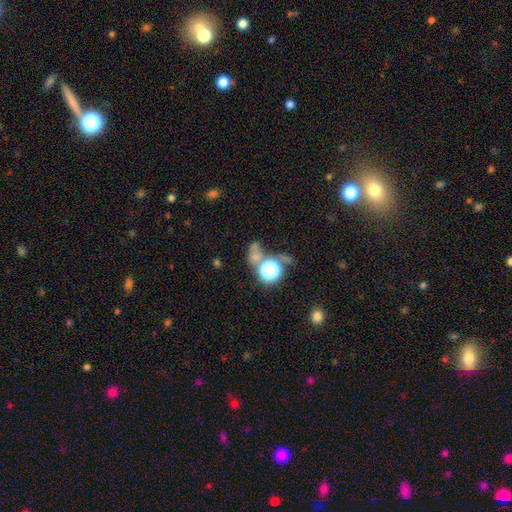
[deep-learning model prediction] Smooth or featured: smooth — 55% (star or artifact — 32%)
How rounded: round — 64% (in between — 33%)
Merging: none — 41% (merger — 32%)